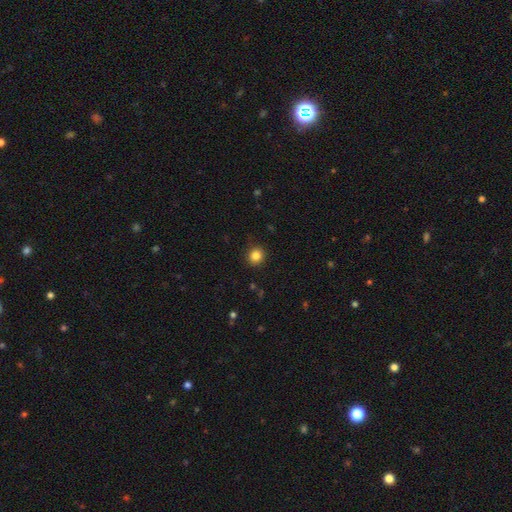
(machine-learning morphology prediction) Smooth or featured? smooth (84%)
How rounded? round (91%)
Merging? none (90%)